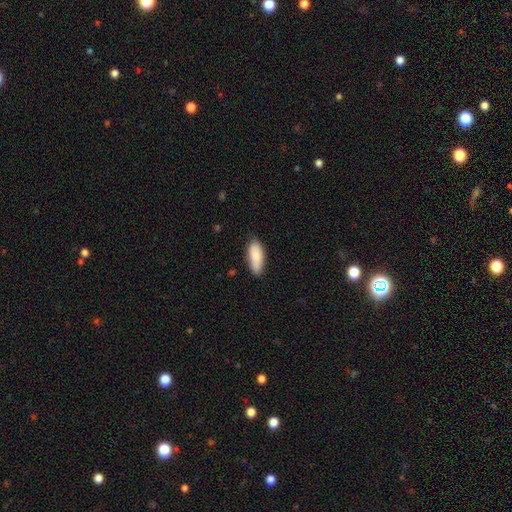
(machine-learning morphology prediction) Smooth or featured? Predicted: smooth (p=0.83). How rounded? Predicted: in between (p=0.77). Merging? Predicted: none (p=0.77).